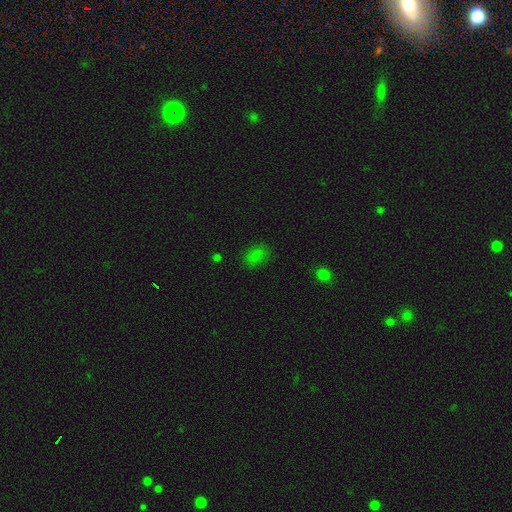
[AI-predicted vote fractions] A smooth galaxy with no disk features (75%) that is in between round and cigar-shaped (77%).

Vote fractions:
- Smooth or featured? smooth: 75% / star or artifact: 19% / featured or disk: 6%
- How rounded? in between: 77% / round: 21% / cigar-shaped: 2%
- Merging? none: 77% / minor disturbance: 16% / major disturbance: 5% / merger: 2%